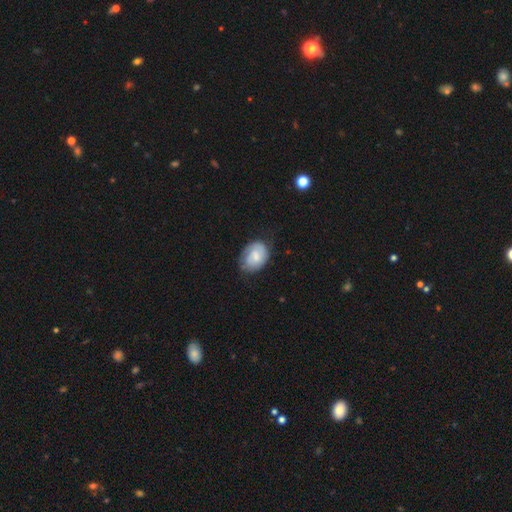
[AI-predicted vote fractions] This is possibly a smooth galaxy (47%). Merging: likely none (65%).